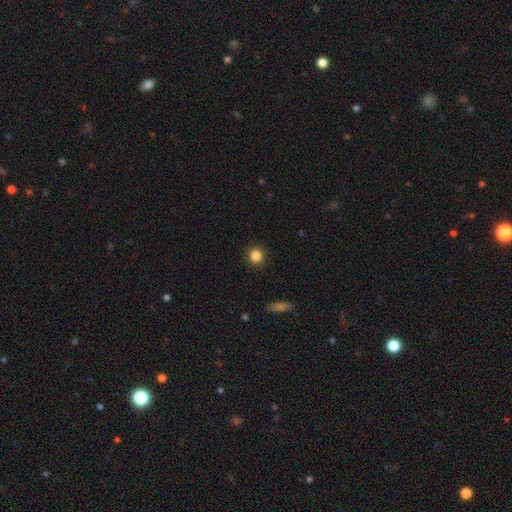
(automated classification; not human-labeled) smooth-or-featured: smooth: 86% | star or artifact: 11% | featured or disk: 4%
  how-rounded: round: 92% | in between: 7% | cigar-shaped: 1%
  merging: none: 92% | minor disturbance: 6% | major disturbance: 2% | merger: 1%